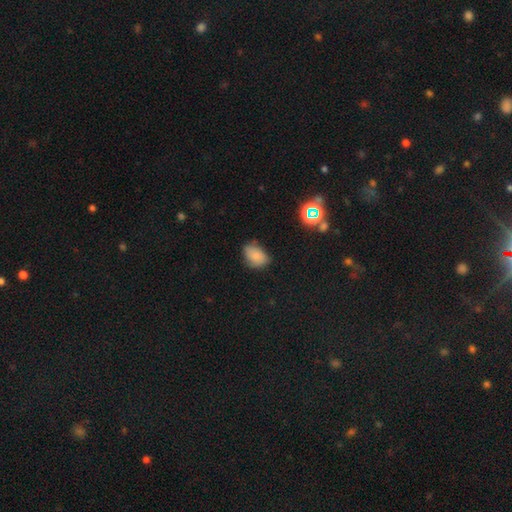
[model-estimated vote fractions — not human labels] The model was most divided on "merging": none: 60%, minor disturbance: 31%, major disturbance: 7%, merger: 2%. More confident: how rounded — in between (79%); smooth or featured — smooth (76%).